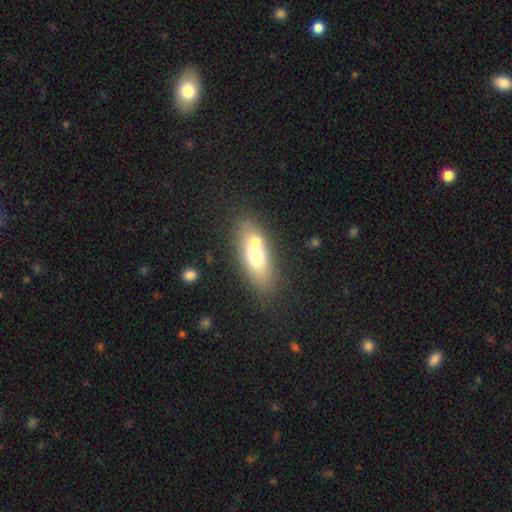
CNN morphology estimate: This is possibly a smooth galaxy (60%). How rounded: likely in between (73%). Merging: possibly merger (48%).